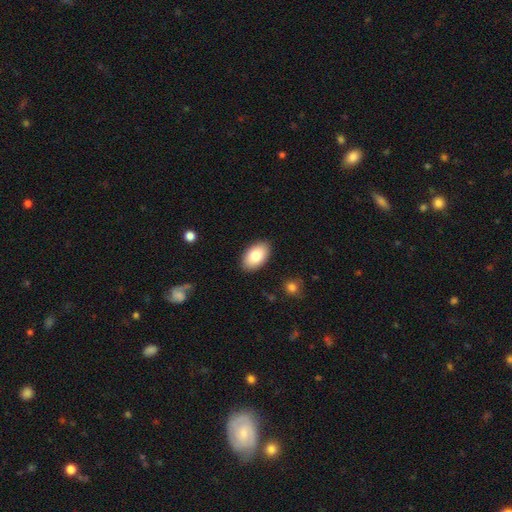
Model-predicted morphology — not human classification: Smooth or featured? Predicted: smooth (p=0.82). How rounded? Predicted: in between (p=0.94). Merging? Predicted: none (p=0.88).